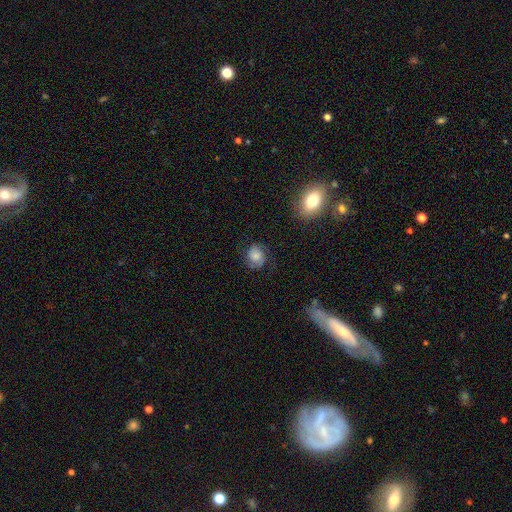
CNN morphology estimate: This is possibly a featured or disk galaxy (52%). It is clearly not viewed edge-on (98%). Bar: likely no (70%). Spiral arm pattern: clearly yes (91%). Central bulge: marginally moderate (38%). Merging: likely none (73%).